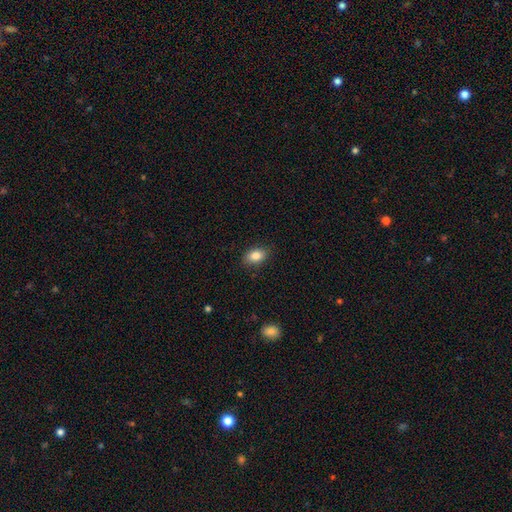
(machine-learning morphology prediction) A smooth galaxy with no disk features (85%) that is in between round and cigar-shaped (86%).

Vote fractions:
- Smooth or featured? smooth: 85% / star or artifact: 8% / featured or disk: 6%
- How rounded? in between: 86% / round: 12% / cigar-shaped: 2%
- Merging? none: 87% / minor disturbance: 10% / major disturbance: 2% / merger: 1%